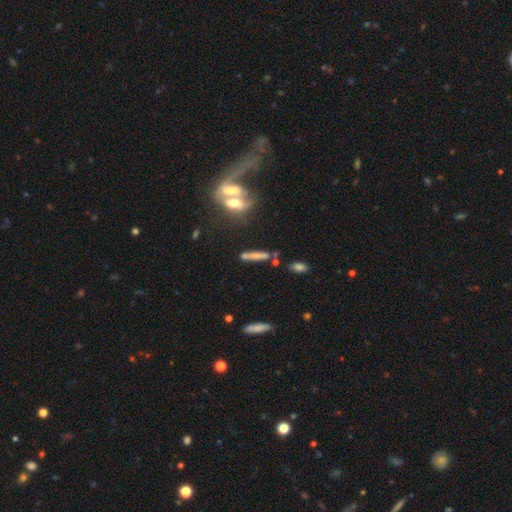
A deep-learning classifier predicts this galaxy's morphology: Smooth or featured? Predicted: smooth (p=0.61). How rounded? Predicted: cigar-shaped (p=0.86). Merging? Predicted: none (p=0.62).